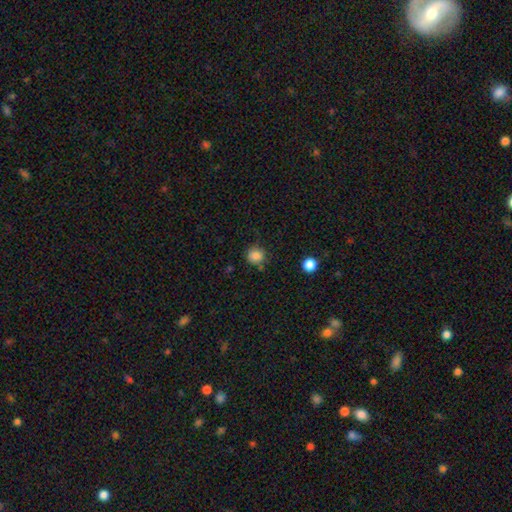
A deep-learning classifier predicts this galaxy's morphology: Smooth or featured: smooth — 85% (star or artifact — 11%)
How rounded: round — 90% (in between — 9%)
Merging: none — 79% (minor disturbance — 13%)